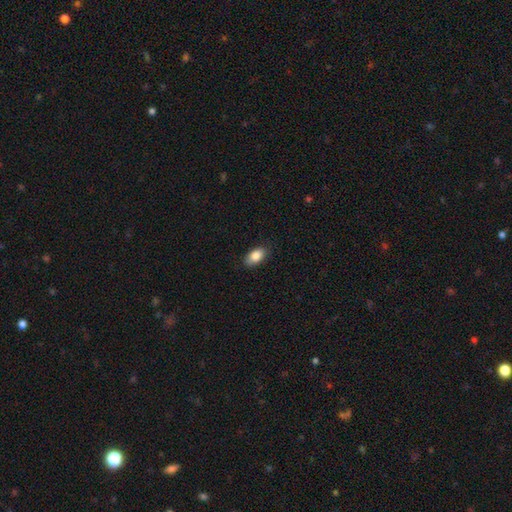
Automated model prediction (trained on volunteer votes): A smooth galaxy with no disk features (87%) that is in between round and cigar-shaped (92%). Merging: none (85%).